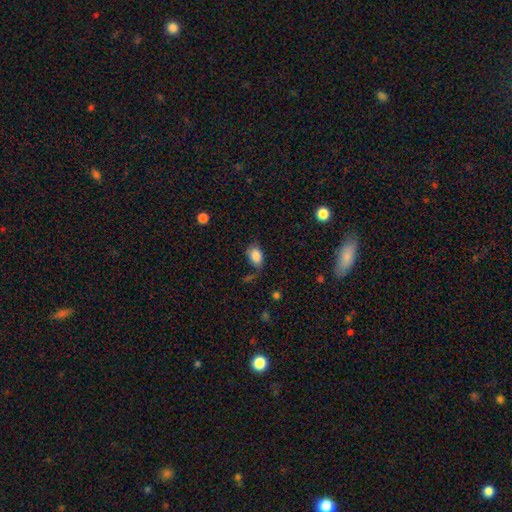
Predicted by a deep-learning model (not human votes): The model was most divided on "merging": none: 62%, minor disturbance: 25%, major disturbance: 8%, merger: 4%. More confident: smooth or featured — smooth (86%); how rounded — in between (85%).